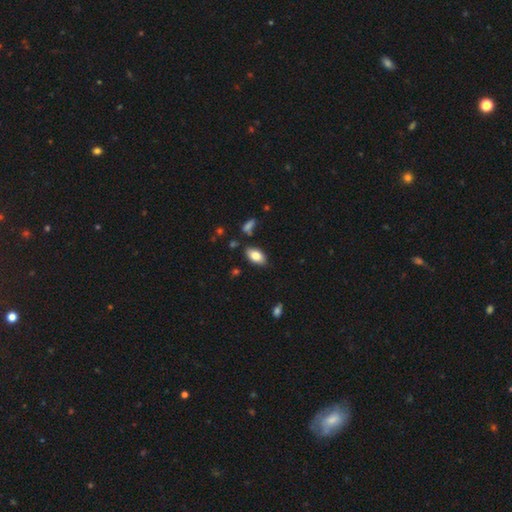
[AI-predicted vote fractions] A smooth galaxy with no disk features (81%) that is in between round and cigar-shaped (93%).

Vote fractions:
- Smooth or featured? smooth: 81% / featured or disk: 12% / star or artifact: 7%
- How rounded? in between: 93% / round: 4% / cigar-shaped: 3%
- Merging? none: 83% / minor disturbance: 11% / merger: 3% / major disturbance: 2%